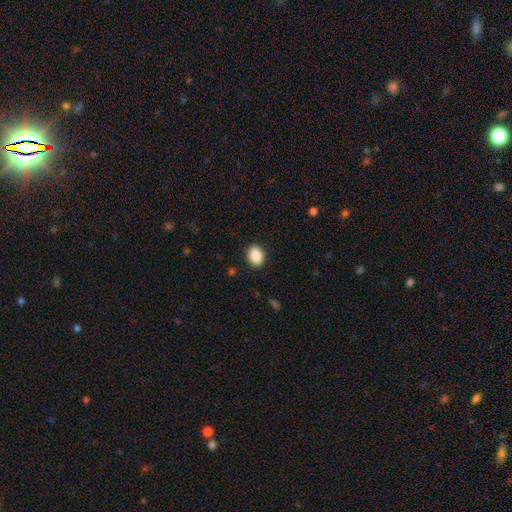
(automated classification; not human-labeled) smooth 90%, star or artifact 8%, featured or disk 3%. Down the decision tree: how rounded — in between (66%); merging — none (89%).